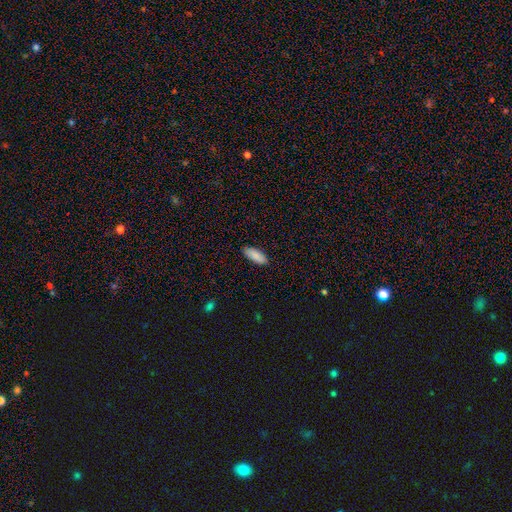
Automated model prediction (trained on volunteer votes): Overall: smooth (90%). How rounded: in between (77%). Merging: none (89%).